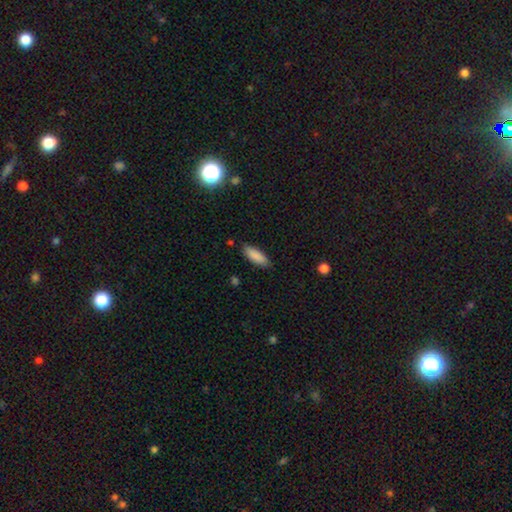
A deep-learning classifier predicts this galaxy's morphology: Q: Smooth or featured?
A: smooth (88%); runner-up: star or artifact (6%)
Q: How rounded?
A: in between (66%); runner-up: cigar-shaped (32%)
Q: Merging?
A: none (84%); runner-up: minor disturbance (12%)